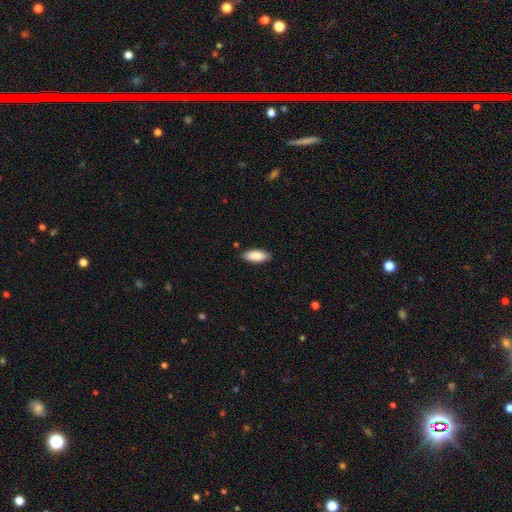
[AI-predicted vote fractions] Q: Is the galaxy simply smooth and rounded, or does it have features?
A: smooth — 89%.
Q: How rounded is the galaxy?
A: in between — 84%.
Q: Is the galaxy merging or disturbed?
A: none — 87%.